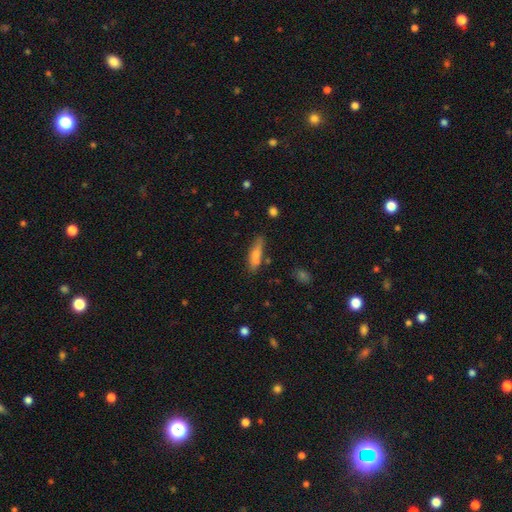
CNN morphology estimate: Smooth or featured: smooth — 73% (featured or disk — 20%)
How rounded: cigar-shaped — 64% (in between — 34%)
Merging: none — 67% (minor disturbance — 19%)